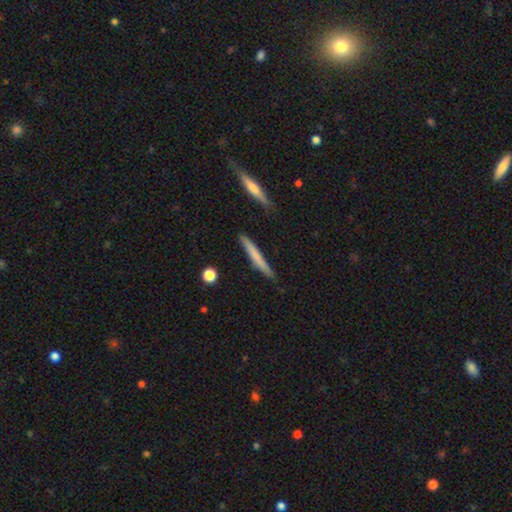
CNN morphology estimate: Smooth or featured?
  - smooth: 63% *
  - featured or disk: 31%
  - star or artifact: 6%
How rounded?
  - cigar-shaped: 95% *
  - in between: 3%
  - round: 1%
Merging?
  - none: 86% *
  - minor disturbance: 10%
  - merger: 2%
  - major disturbance: 2%